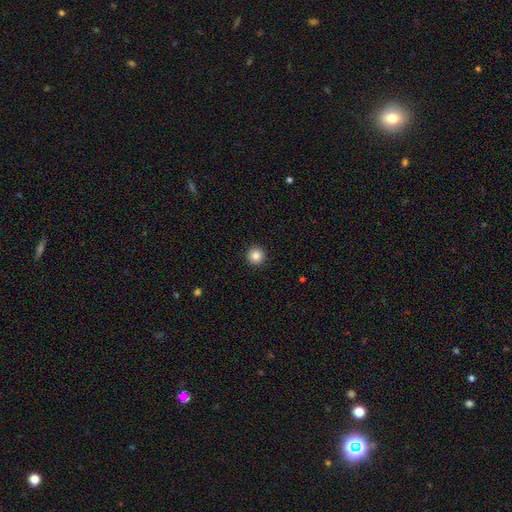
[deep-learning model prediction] Smooth or featured? smooth (85%)
How rounded? round (96%)
Merging? none (93%)